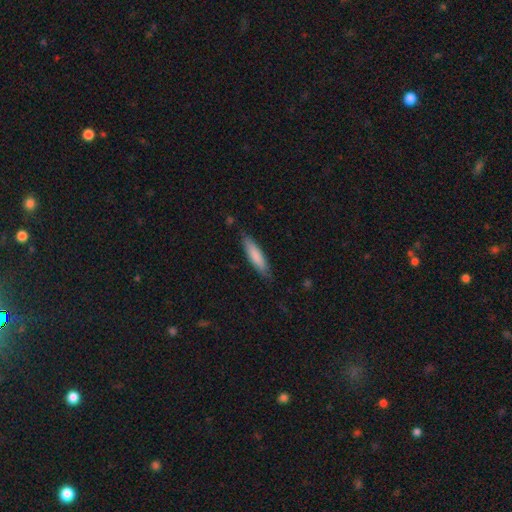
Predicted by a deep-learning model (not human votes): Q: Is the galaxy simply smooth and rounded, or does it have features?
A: smooth — 81%.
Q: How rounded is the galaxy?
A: cigar-shaped — 76%.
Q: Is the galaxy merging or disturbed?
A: none — 83%.